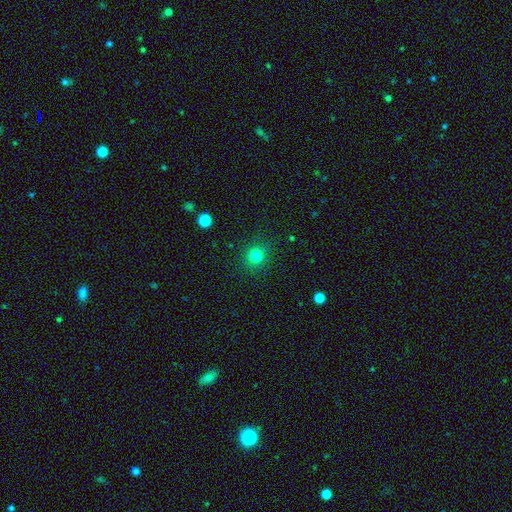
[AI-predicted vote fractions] This is clearly a smooth galaxy (81%). How rounded: clearly round (88%). Merging: clearly none (88%).